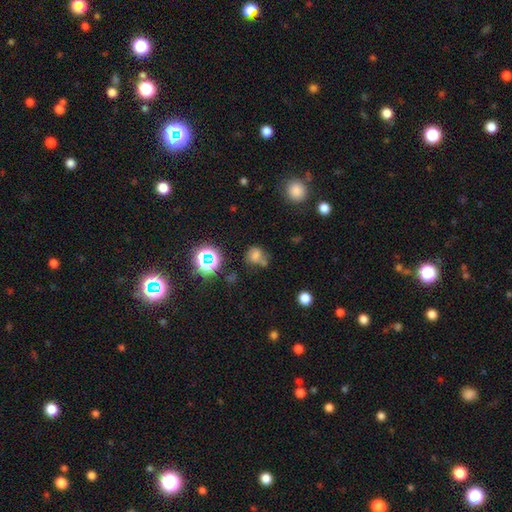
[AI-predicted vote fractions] Q: Smooth or featured?
A: smooth (53%); runner-up: star or artifact (35%)
Q: How rounded?
A: round (69%); runner-up: in between (30%)
Q: Merging?
A: none (53%); runner-up: merger (20%)